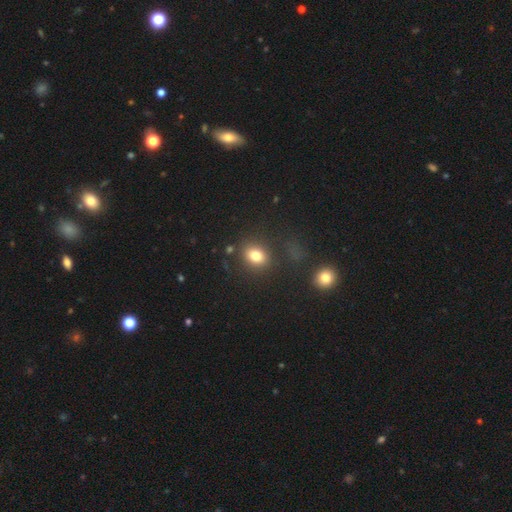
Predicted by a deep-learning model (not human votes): Overall: smooth (79%). How rounded: in between (52%; round 46%). Merging: none (80%).